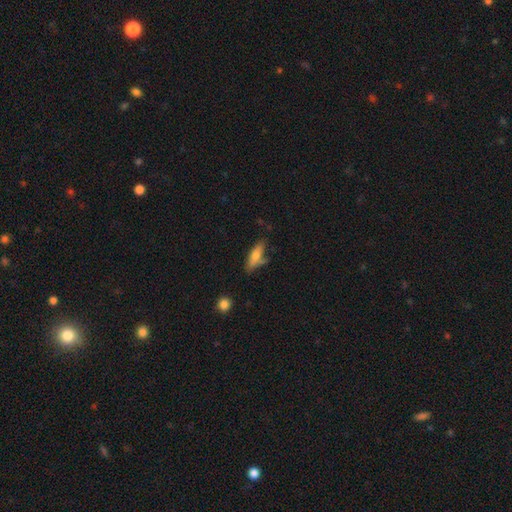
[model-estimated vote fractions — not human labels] This appears to be a smooth galaxy with no disk features (68%) that is in between round and cigar-shaped (50%). Merging: none (58%).